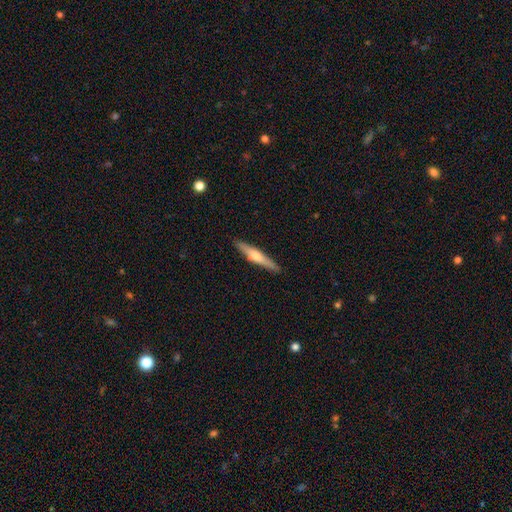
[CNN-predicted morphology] Smooth or featured? featured or disk (53%)
Edge-on disk? yes (96%)
Edge-on bulge? rounded (82%)
Merging? none (91%)